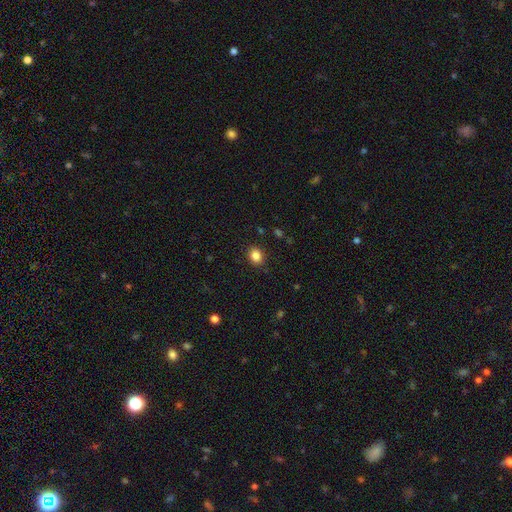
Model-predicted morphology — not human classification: Smooth or featured: smooth — 85% (star or artifact — 11%)
How rounded: round — 55% (in between — 44%)
Merging: none — 88% (minor disturbance — 9%)